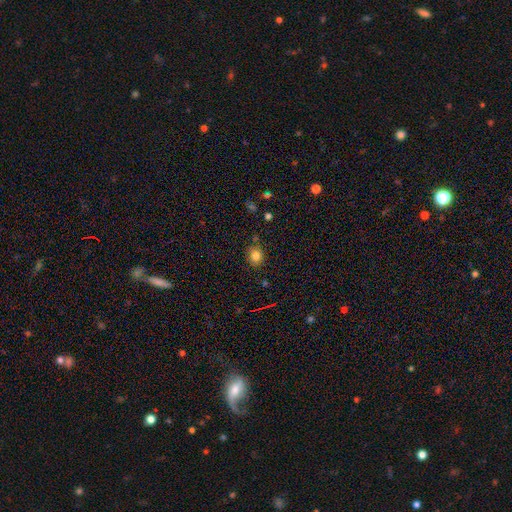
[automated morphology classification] A smooth galaxy with no disk features (81%) that is round (67%). Merging: none (81%).